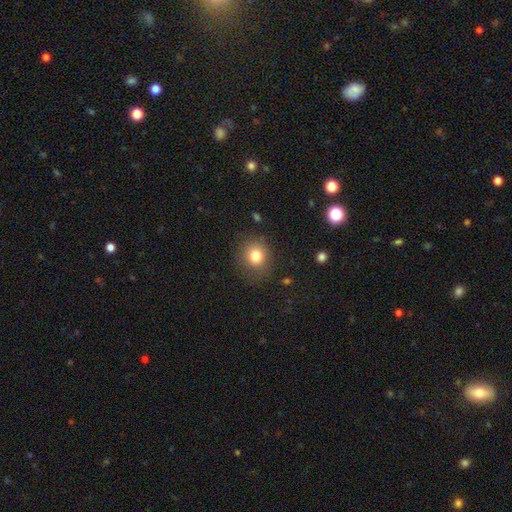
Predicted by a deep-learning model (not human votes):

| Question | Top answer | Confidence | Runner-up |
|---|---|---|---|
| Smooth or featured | smooth | 80% | star or artifact (12%) |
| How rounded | round | 78% | in between (21%) |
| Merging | none | 80% | minor disturbance (13%) |